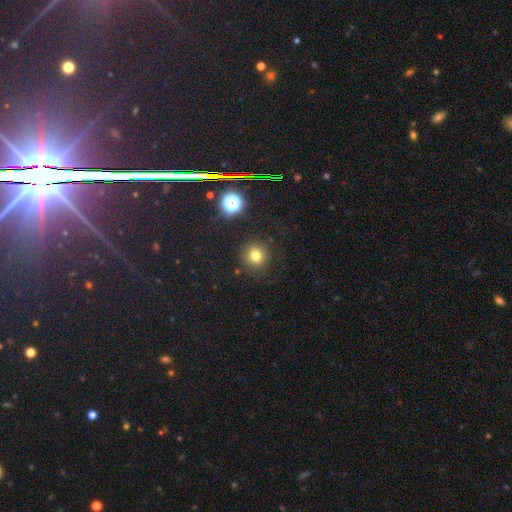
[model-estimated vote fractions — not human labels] Smooth or featured? Predicted: smooth (p=0.75). How rounded? Predicted: round (p=0.93). Merging? Predicted: none (p=0.87).